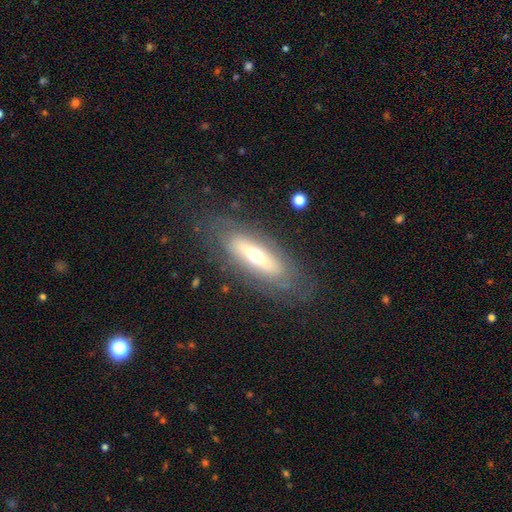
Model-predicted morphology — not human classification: smooth-or-featured: featured or disk: 59% | smooth: 33% | star or artifact: 7%
  disk-edge-on: no: 66% | yes: 34%
  merging: none: 76% | minor disturbance: 14% | major disturbance: 8% | merger: 1%